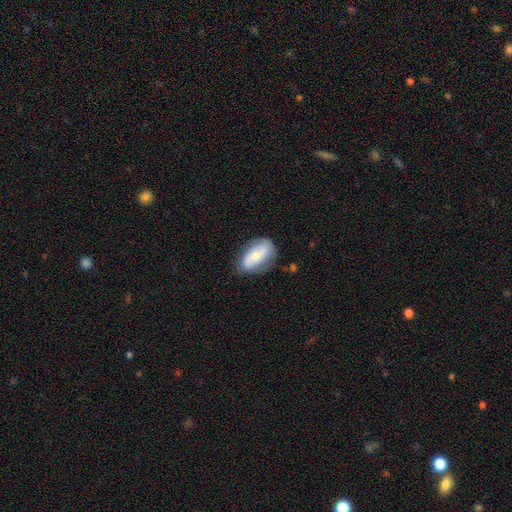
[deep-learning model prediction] A featured or disk galaxy (48%). Merging: none (71%).